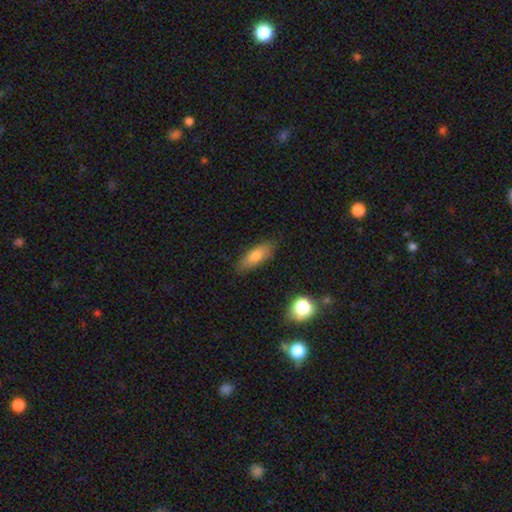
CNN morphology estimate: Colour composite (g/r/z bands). It shows a smooth galaxy with no disk features (75%) that is in between round and cigar-shaped (64%). Merging: none (82%).